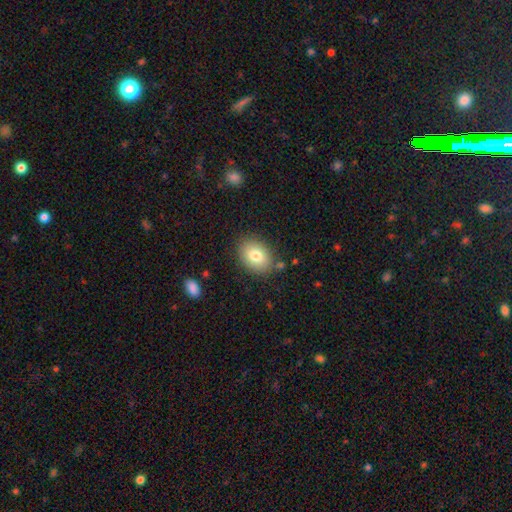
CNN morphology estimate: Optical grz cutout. It shows a smooth galaxy with no disk features (79%) that is in between round and cigar-shaped (70%). Merging: none (83%).